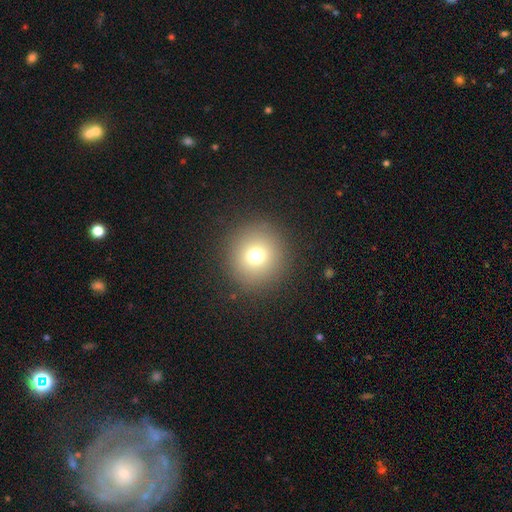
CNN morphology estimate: Smooth or featured? smooth (74%)
How rounded? round (94%)
Merging? none (90%)